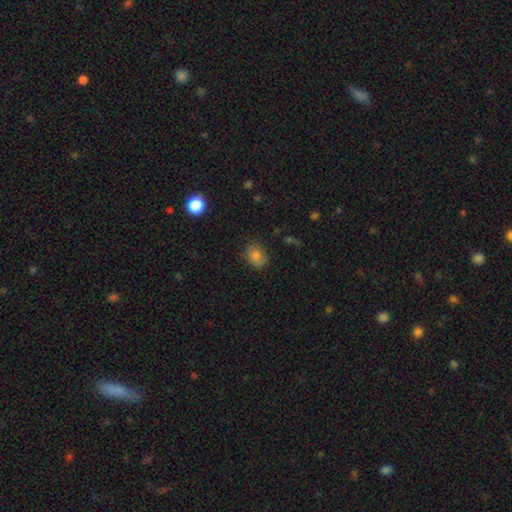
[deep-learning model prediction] This is likely a smooth galaxy (78%). How rounded: possibly in between (55%). Merging: likely none (74%).